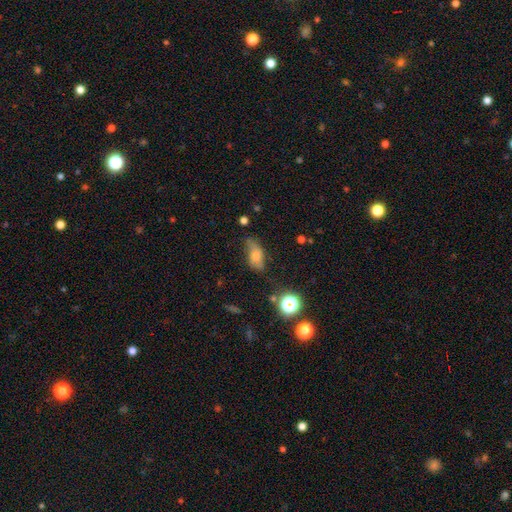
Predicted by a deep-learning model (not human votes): smooth_or_featured: smooth (p=0.62) [alt: featured or disk p=0.26]
how_rounded: in between (p=0.82) [alt: cigar-shaped p=0.11]
merging: none (p=0.48) [alt: minor disturbance p=0.34]